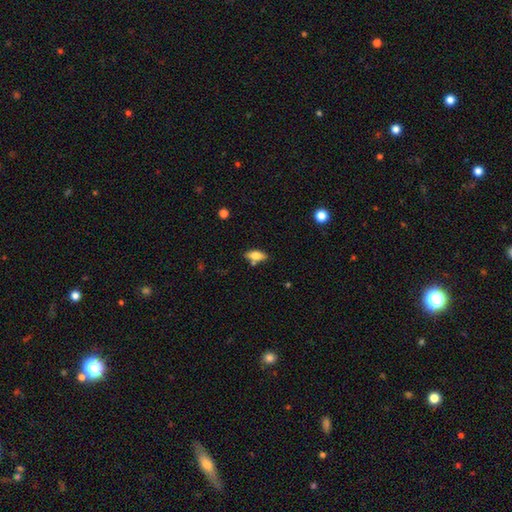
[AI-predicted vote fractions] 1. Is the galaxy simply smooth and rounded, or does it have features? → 68% smooth, 25% featured or disk, 7% star or artifact.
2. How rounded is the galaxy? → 82% in between, 15% cigar-shaped, 3% round.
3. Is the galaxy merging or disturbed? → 75% none, 13% minor disturbance, 9% merger, 3% major disturbance.